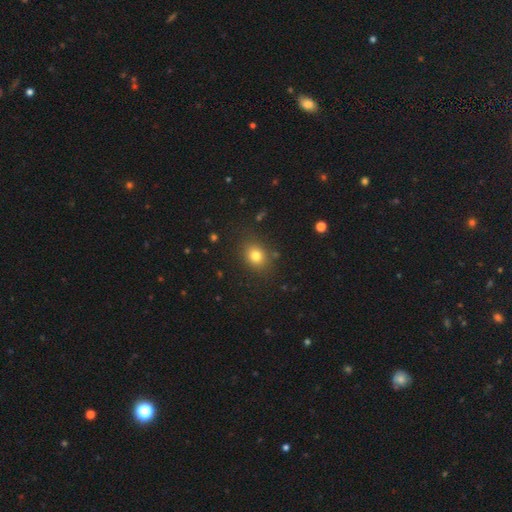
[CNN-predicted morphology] The model was most divided on "how rounded": round: 50%, in between: 49%, cigar-shaped: 1%. More confident: merging — none (84%); smooth or featured — smooth (78%).